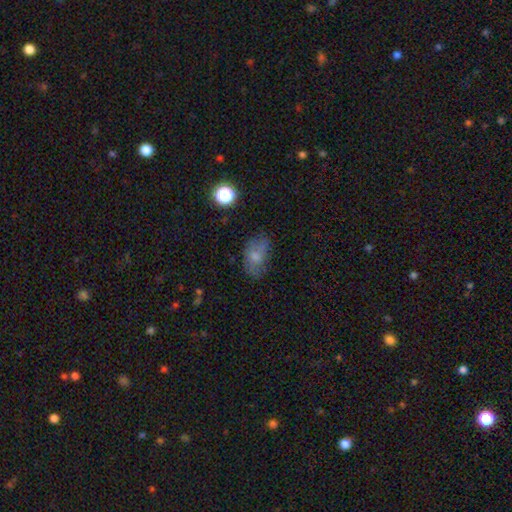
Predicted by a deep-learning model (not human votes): The model was most divided on "merging": none: 54%, minor disturbance: 29%, major disturbance: 15%, merger: 3%. More confident: how rounded — in between (87%); smooth or featured — smooth (65%).